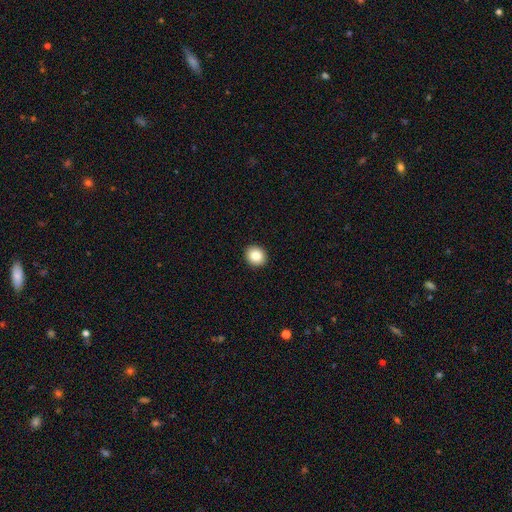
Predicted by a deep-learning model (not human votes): Smooth or featured: smooth — 84% (star or artifact — 9%)
How rounded: round — 80% (in between — 19%)
Merging: none — 93% (minor disturbance — 4%)